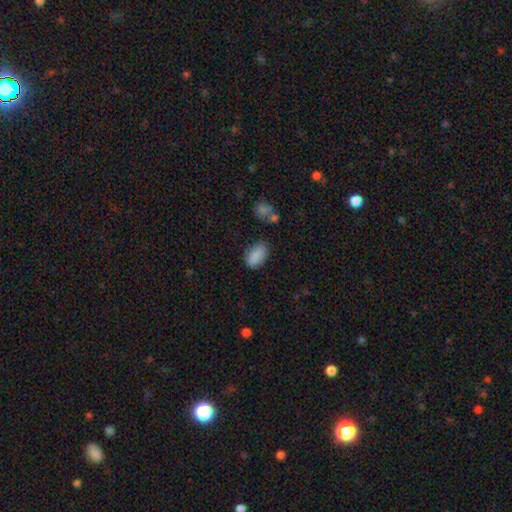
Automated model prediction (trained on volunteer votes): Morphology: type=smooth (86%); roundness=in between (91%); merging=none (70%).